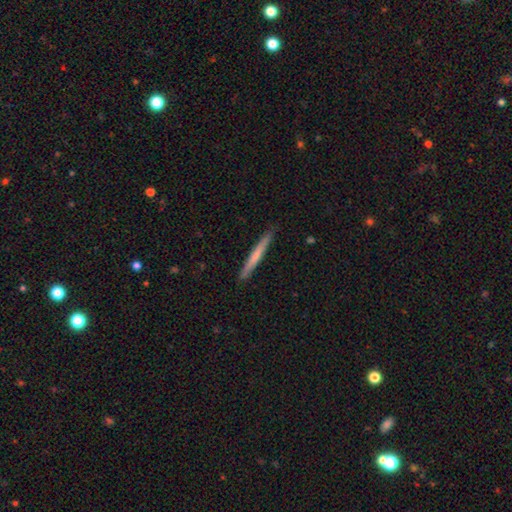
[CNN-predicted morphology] A smooth galaxy with no disk features (58%) that is cigar-shaped (97%).

Vote fractions:
- Smooth or featured? smooth: 58% / featured or disk: 36% / star or artifact: 5%
- How rounded? cigar-shaped: 97% / in between: 2% / round: 1%
- Merging? none: 91% / minor disturbance: 7% / major disturbance: 1% / merger: 1%